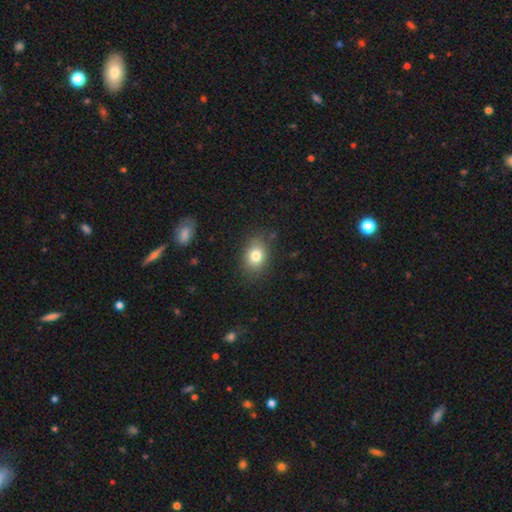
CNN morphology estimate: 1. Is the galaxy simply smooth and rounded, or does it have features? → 81% smooth, 10% star or artifact, 9% featured or disk.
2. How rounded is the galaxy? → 62% in between, 37% round, 1% cigar-shaped.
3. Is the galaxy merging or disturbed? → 81% none, 14% minor disturbance, 4% major disturbance, 2% merger.